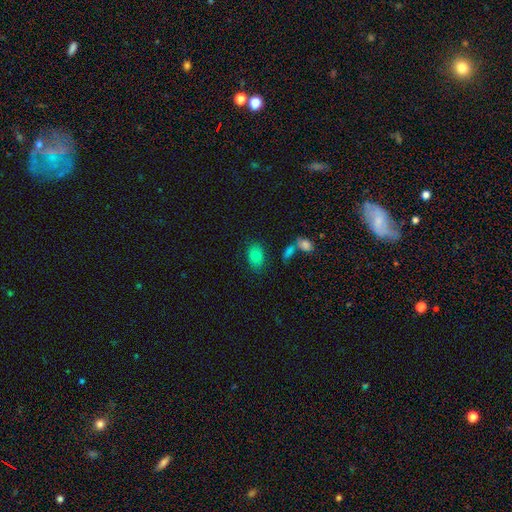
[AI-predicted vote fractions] Smooth or featured?
  - smooth: 80% *
  - featured or disk: 11%
  - star or artifact: 10%
How rounded?
  - in between: 81% *
  - round: 18%
  - cigar-shaped: 1%
Merging?
  - none: 76% *
  - minor disturbance: 15%
  - merger: 5%
  - major disturbance: 4%